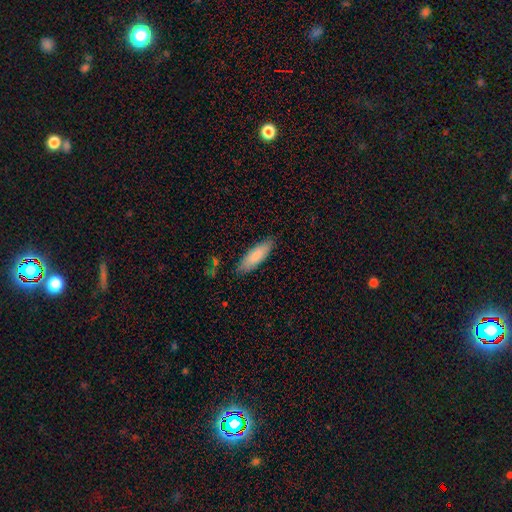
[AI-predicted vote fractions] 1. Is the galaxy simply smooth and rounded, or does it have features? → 83% smooth, 12% featured or disk, 6% star or artifact.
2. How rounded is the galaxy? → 54% in between, 45% cigar-shaped, 1% round.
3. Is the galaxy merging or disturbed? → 84% none, 12% minor disturbance, 2% major disturbance, 1% merger.